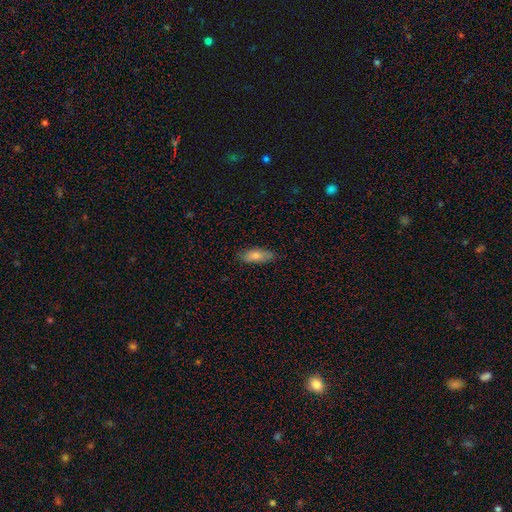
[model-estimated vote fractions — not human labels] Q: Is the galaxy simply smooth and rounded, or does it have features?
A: smooth — 79%.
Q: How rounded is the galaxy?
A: in between — 73%.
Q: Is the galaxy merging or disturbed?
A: none — 81%.